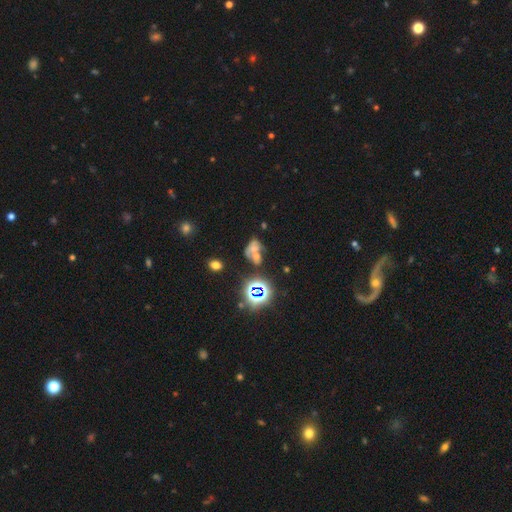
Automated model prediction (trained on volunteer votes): This is marginally a star or artifact rather than a galaxy (40%).